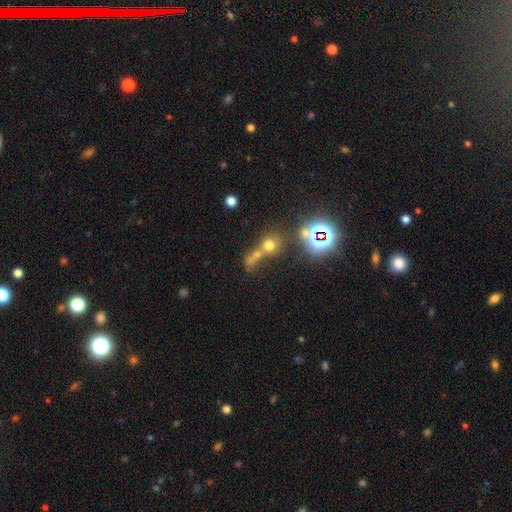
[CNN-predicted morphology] smooth-or-featured: smooth: 43% | star or artifact: 40% | featured or disk: 17%
  merging: merger: 42% | none: 40% | minor disturbance: 9% | major disturbance: 9%